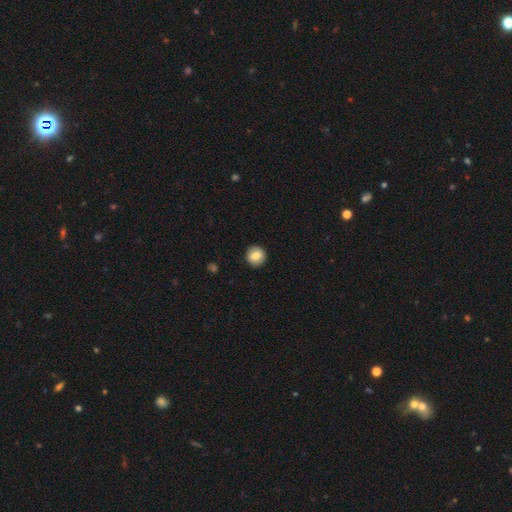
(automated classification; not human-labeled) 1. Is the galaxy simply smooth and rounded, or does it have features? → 81% smooth, 11% featured or disk, 8% star or artifact.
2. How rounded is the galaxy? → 90% round, 9% in between, 1% cigar-shaped.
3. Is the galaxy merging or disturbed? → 91% none, 6% minor disturbance, 2% major disturbance, 1% merger.